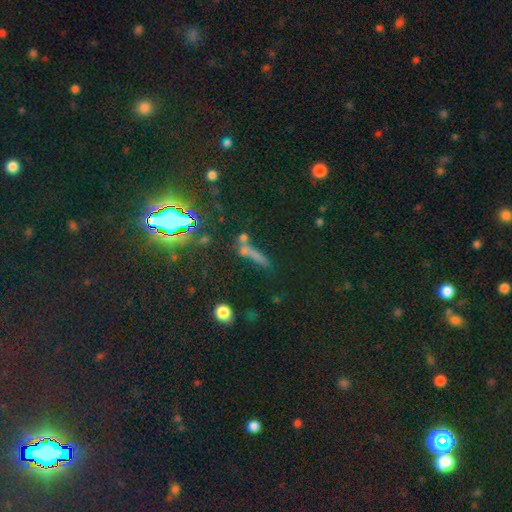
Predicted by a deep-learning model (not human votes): Smooth or featured: star or artifact — 64% (smooth — 22%)